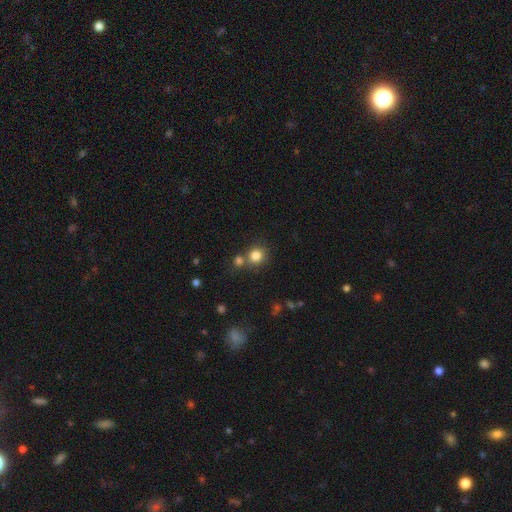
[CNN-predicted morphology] Smooth or featured? Predicted: smooth (p=0.82). How rounded? Predicted: round (p=0.86). Merging? Predicted: none (p=0.63).